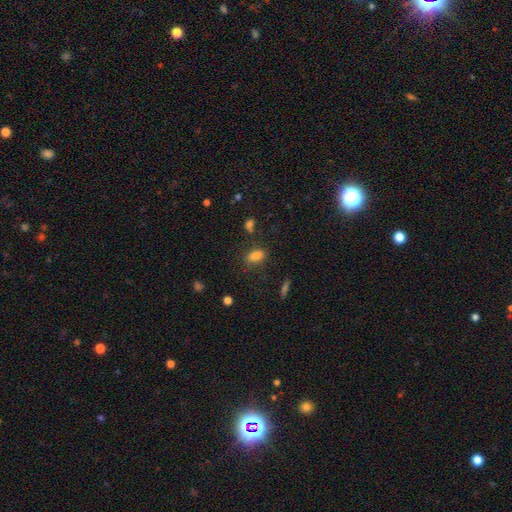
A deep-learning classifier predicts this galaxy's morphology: A smooth galaxy with no disk features (82%) that is in between round and cigar-shaped (84%). Merging: none (74%).